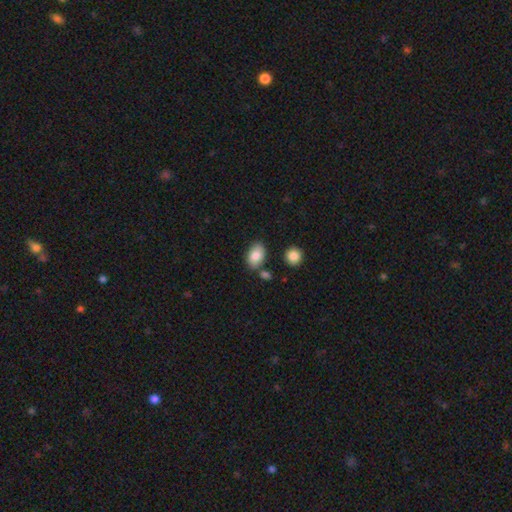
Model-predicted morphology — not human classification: This is clearly a smooth galaxy (83%). How rounded: clearly in between (86%). Merging: likely none (73%).